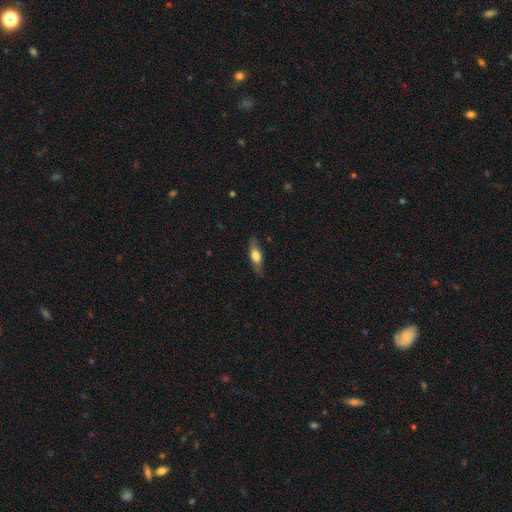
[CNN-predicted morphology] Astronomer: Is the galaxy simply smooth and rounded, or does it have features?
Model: smooth — 58% (runner-up: featured or disk, 36%).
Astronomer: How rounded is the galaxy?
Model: in between — 52% (runner-up: cigar-shaped, 44%).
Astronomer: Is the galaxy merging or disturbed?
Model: none — 80%.